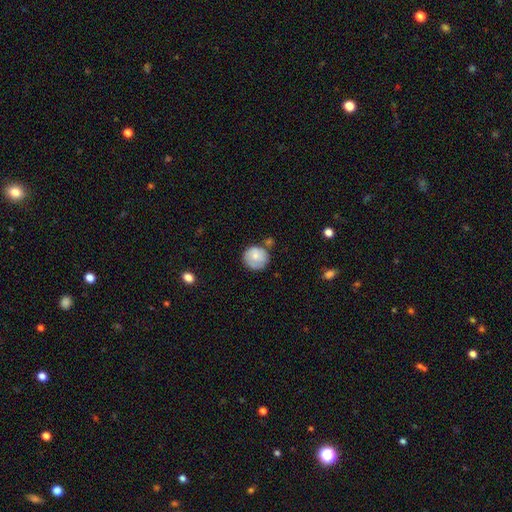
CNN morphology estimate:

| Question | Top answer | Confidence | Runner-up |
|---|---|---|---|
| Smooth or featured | smooth | 73% | featured or disk (20%) |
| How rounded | round | 90% | in between (9%) |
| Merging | none | 66% | minor disturbance (21%) |